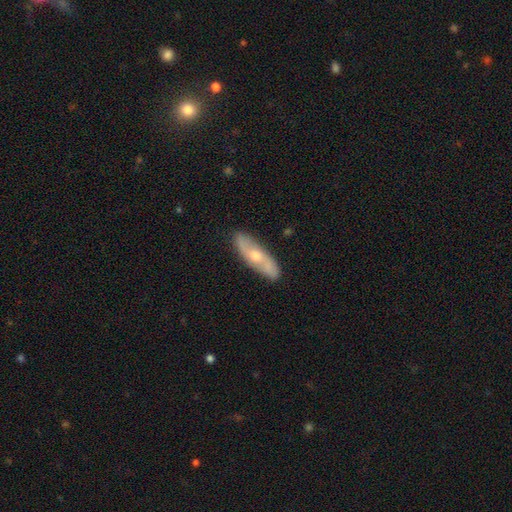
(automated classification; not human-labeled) featured or disk 59%, smooth 35%, star or artifact 6%. Down the decision tree: edge-on disk — no (70%); merging — none (86%).